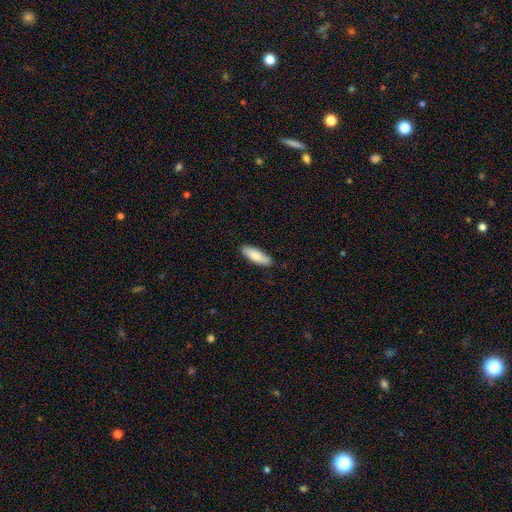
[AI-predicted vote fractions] Smooth or featured? Predicted: smooth (p=0.83). How rounded? Predicted: in between (p=0.54). Merging? Predicted: none (p=0.88).